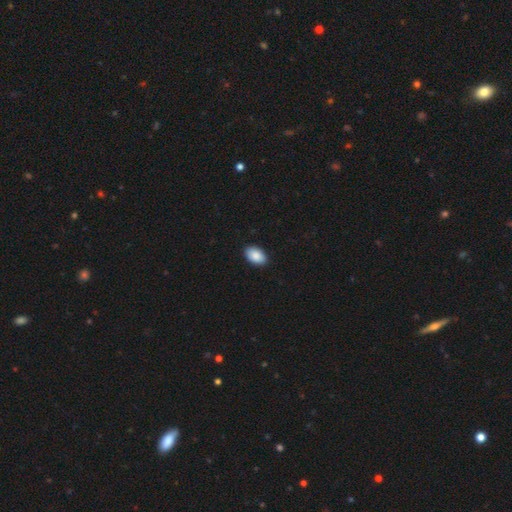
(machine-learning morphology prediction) Smooth or featured?
  - smooth: 90% *
  - star or artifact: 7%
  - featured or disk: 4%
How rounded?
  - in between: 92% *
  - round: 7%
  - cigar-shaped: 1%
Merging?
  - none: 90% *
  - minor disturbance: 7%
  - major disturbance: 2%
  - merger: 1%